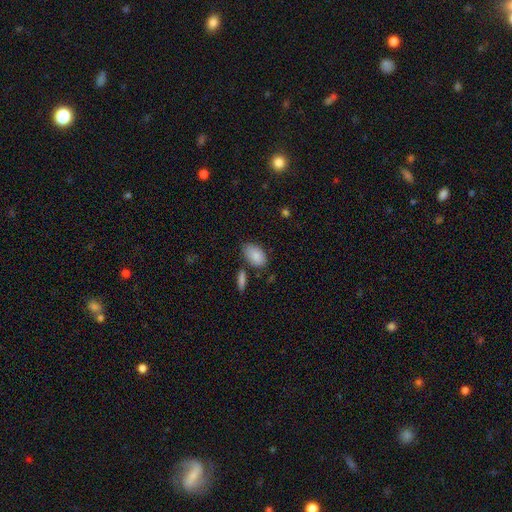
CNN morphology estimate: A smooth galaxy with no disk features (85%) that is in between round and cigar-shaped (92%). Merging: none (69%).